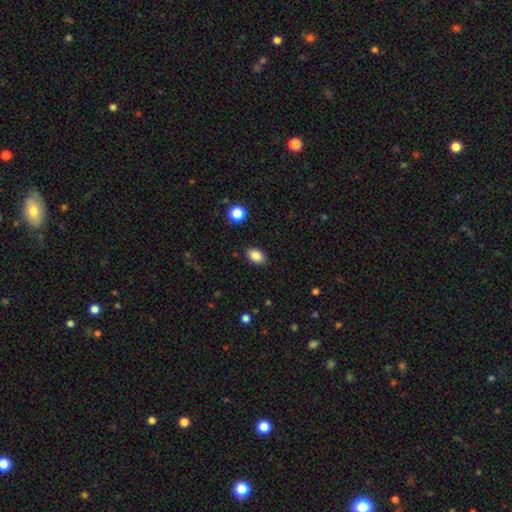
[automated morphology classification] Smooth or featured: smooth — 86% (star or artifact — 9%)
How rounded: in between — 83% (round — 15%)
Merging: none — 88% (minor disturbance — 8%)